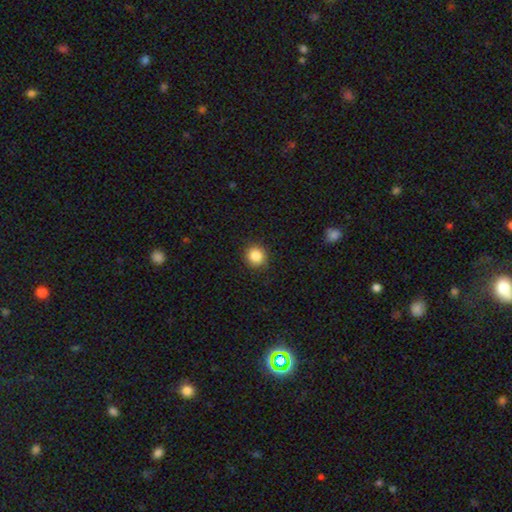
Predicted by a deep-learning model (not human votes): Morphology: type=smooth (87%); roundness=round (89%); merging=none (90%).